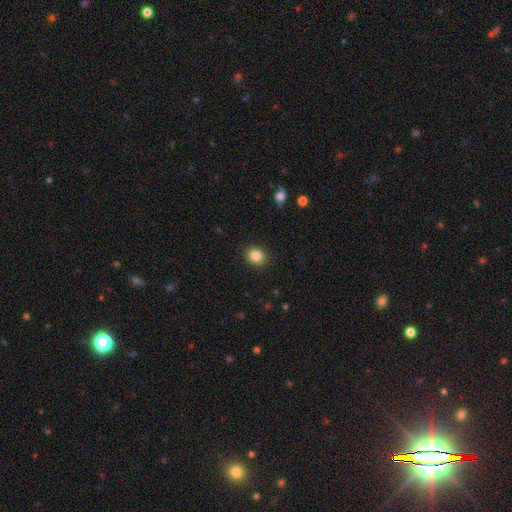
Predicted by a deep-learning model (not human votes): Q: Smooth or featured?
A: smooth (86%); runner-up: star or artifact (10%)
Q: How rounded?
A: round (63%); runner-up: in between (36%)
Q: Merging?
A: none (90%); runner-up: minor disturbance (7%)